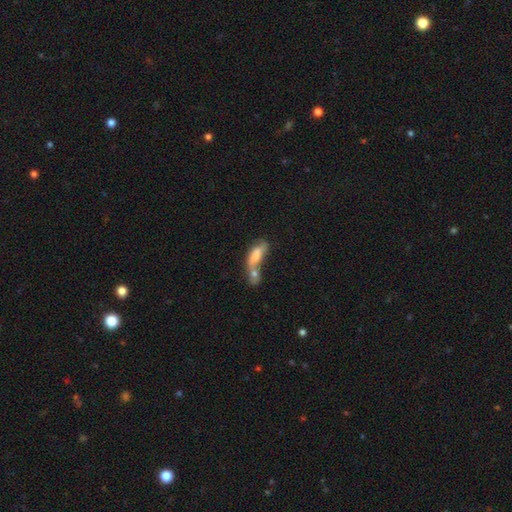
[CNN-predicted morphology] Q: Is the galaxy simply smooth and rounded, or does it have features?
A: smooth — 68%.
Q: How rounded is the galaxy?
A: in between — 71%.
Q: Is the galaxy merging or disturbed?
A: merger — 68%.